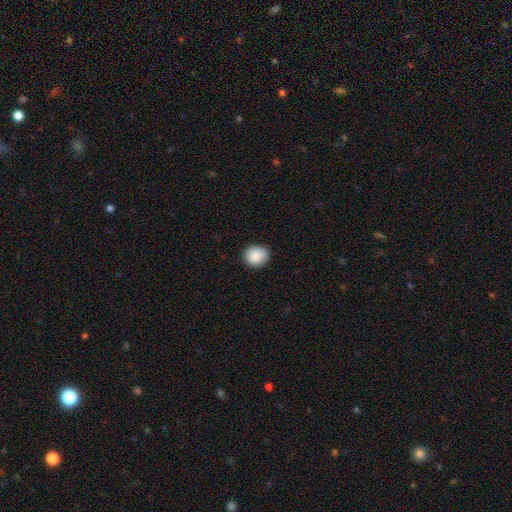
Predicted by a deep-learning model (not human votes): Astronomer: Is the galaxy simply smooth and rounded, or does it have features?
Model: smooth — 89%.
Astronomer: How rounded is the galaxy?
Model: round — 74%.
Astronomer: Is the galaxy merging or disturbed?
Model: none — 86%.